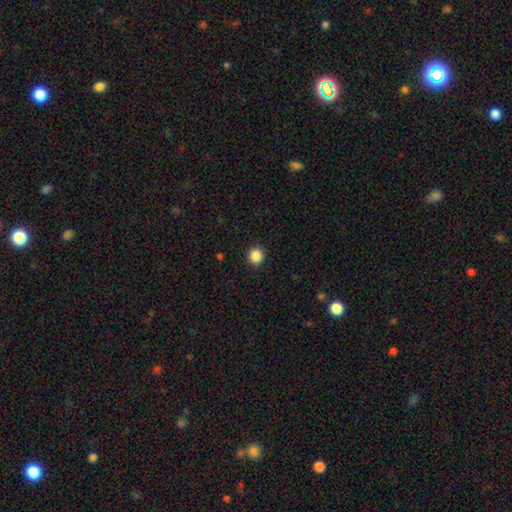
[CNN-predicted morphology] Overall: smooth (87%). How rounded: round (94%). Merging: none (92%).